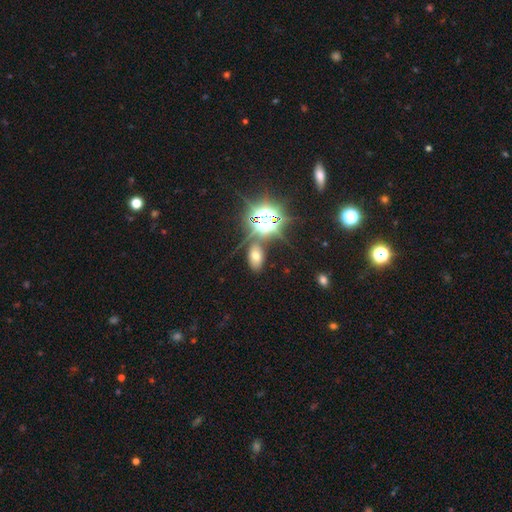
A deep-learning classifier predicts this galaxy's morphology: Smooth or featured? Predicted: smooth (p=0.48). Merging? Predicted: none (p=0.73).